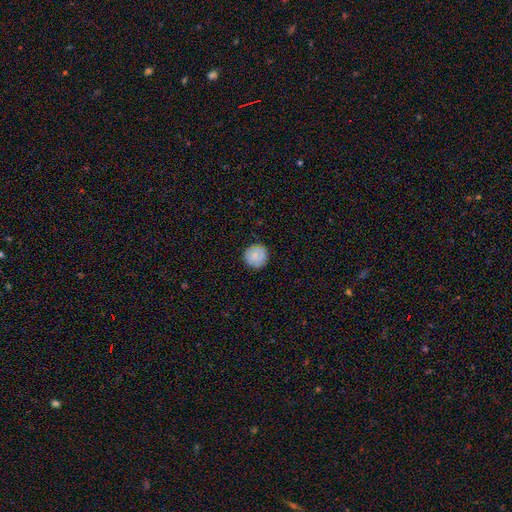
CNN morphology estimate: smooth-or-featured: smooth: 83% | featured or disk: 10% | star or artifact: 8%
  how-rounded: round: 95% | in between: 4% | cigar-shaped: 1%
  merging: none: 87% | minor disturbance: 10% | major disturbance: 2% | merger: 1%